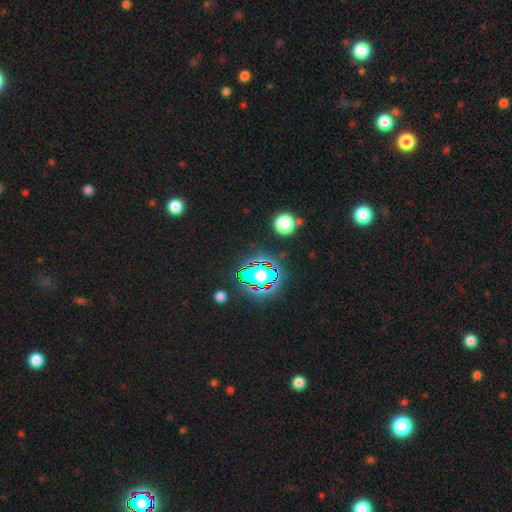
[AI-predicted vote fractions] A star or artifact, not a galaxy (82%).

Vote fractions:
- Smooth or featured? star or artifact: 82% / smooth: 12% / featured or disk: 7%